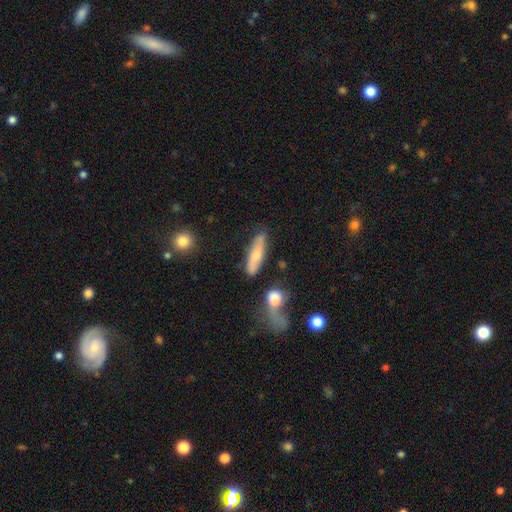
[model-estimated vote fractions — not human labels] This is likely a smooth galaxy (63%). How rounded: likely cigar-shaped (68%). Merging: likely none (69%).